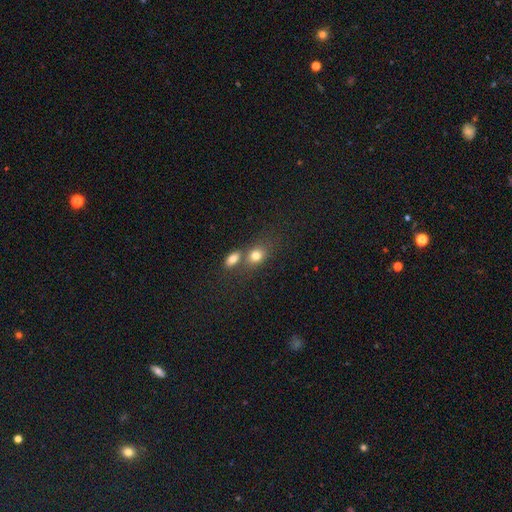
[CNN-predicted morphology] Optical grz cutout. It shows a smooth galaxy with no disk features (78%) that is in between round and cigar-shaped (61%). Merging: merger (45%).